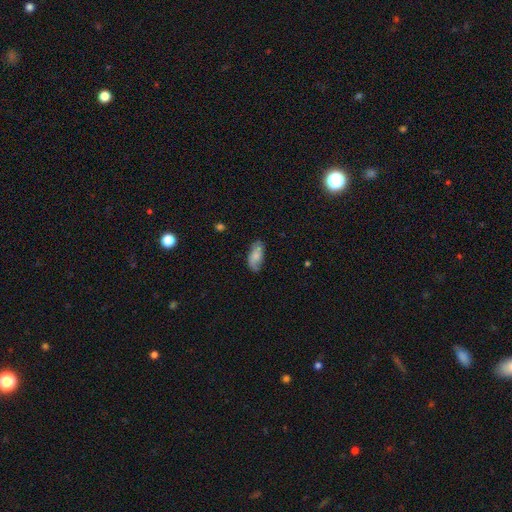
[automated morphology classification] Q: Smooth or featured?
A: smooth (73%); runner-up: featured or disk (20%)
Q: How rounded?
A: in between (85%); runner-up: cigar-shaped (12%)
Q: Merging?
A: none (70%); runner-up: minor disturbance (23%)